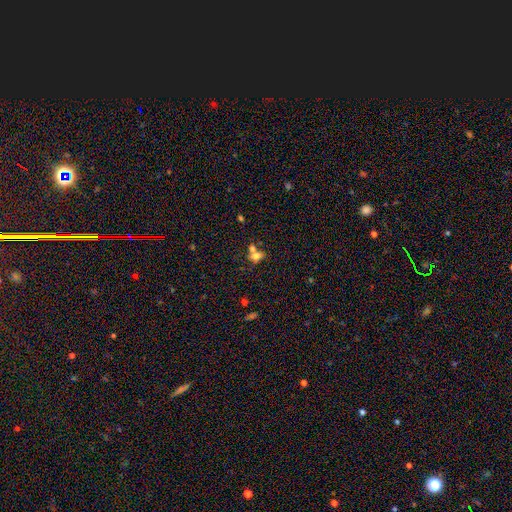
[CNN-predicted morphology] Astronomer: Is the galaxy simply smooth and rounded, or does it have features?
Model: smooth — 65%.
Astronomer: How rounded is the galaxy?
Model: in between — 60% (runner-up: round, 35%).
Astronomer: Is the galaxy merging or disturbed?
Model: merger — 48% (runner-up: none, 33%).